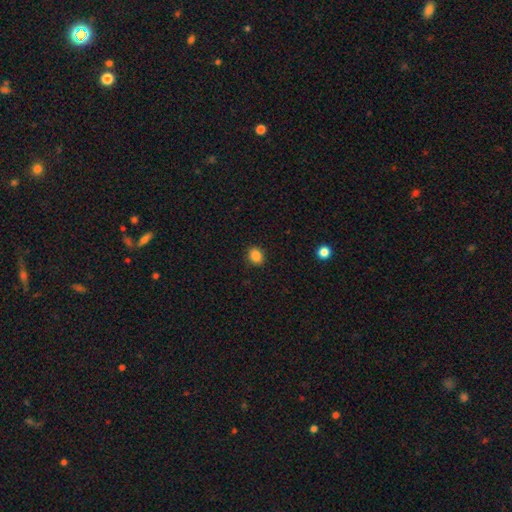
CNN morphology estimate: smooth_or_featured: smooth (p=0.86) [alt: star or artifact p=0.10]
how_rounded: round (p=0.60) [alt: in between p=0.39]
merging: none (p=0.90) [alt: minor disturbance p=0.07]